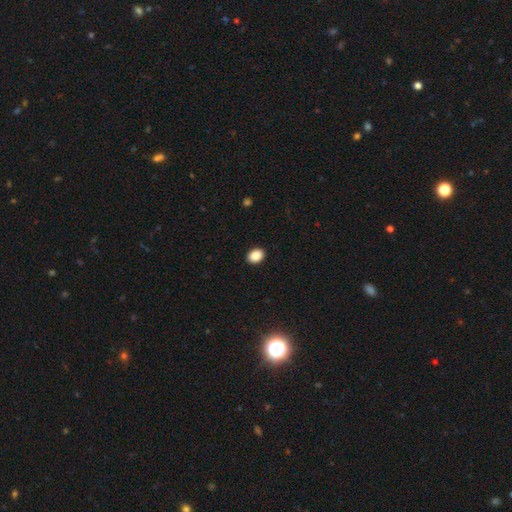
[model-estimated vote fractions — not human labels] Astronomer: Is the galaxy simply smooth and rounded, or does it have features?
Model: smooth — 88%.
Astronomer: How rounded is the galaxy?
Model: in between — 67%.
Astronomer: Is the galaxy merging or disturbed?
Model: none — 91%.